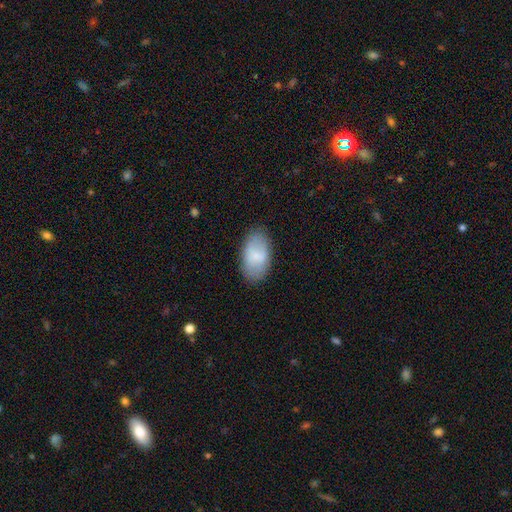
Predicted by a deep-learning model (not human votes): This appears to be a smooth galaxy with no disk features (75%) that is in between round and cigar-shaped (95%). Merging: none (83%).